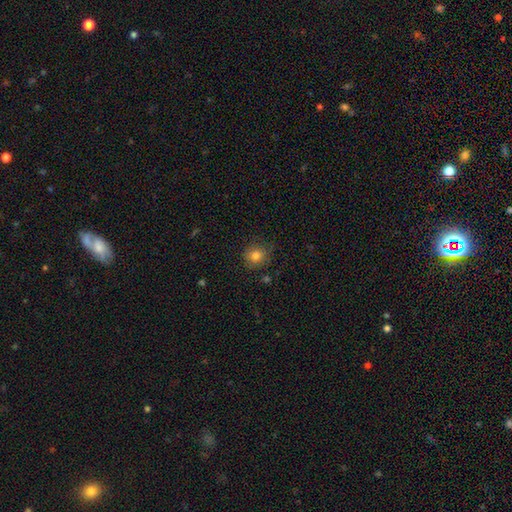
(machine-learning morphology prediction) Smooth or featured? Predicted: smooth (p=0.82). How rounded? Predicted: round (p=0.85). Merging? Predicted: none (p=0.82).